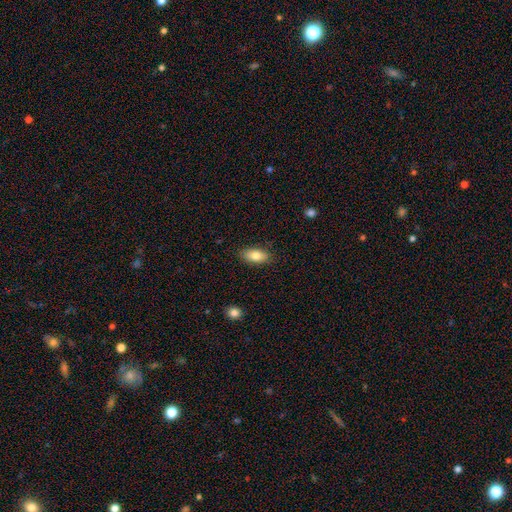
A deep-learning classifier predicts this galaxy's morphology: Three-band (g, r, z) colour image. It shows a smooth galaxy with no disk features (81%) that is in between round and cigar-shaped (87%). Merging: none (86%).